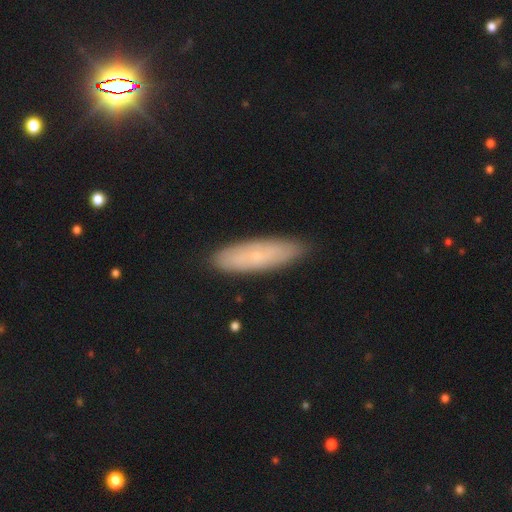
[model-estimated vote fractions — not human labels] Morphology: type=smooth (52%); roundness=cigar-shaped (53%); merging=none (87%).